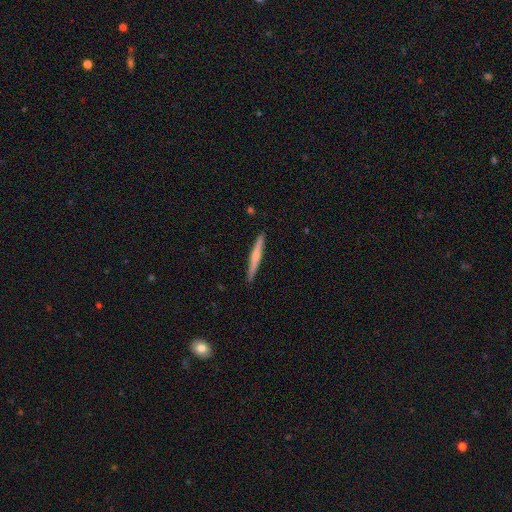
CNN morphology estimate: Overall: smooth (48%; featured or disk 46%). Merging: none (91%).